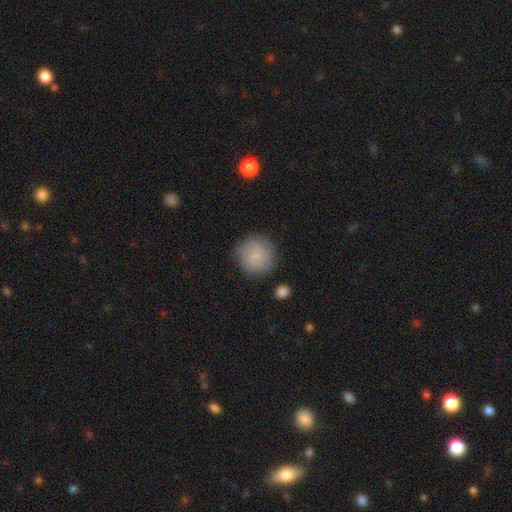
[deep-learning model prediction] This appears to be a smooth galaxy with no disk features (69%) that is round (93%). Merging: none (82%).